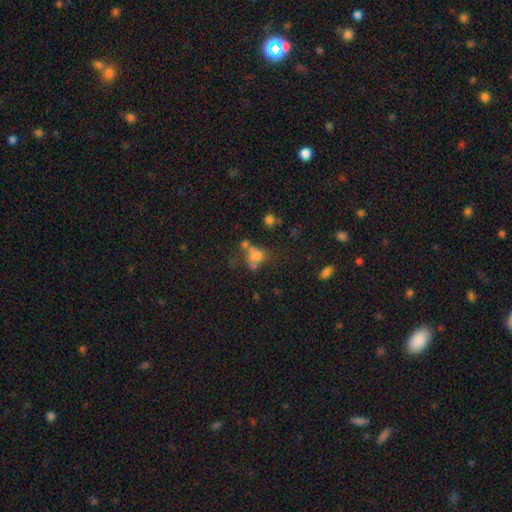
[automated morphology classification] Overall: smooth (62%). How rounded: in between (52%; round 45%). Merging: merger (38%; none 29%).